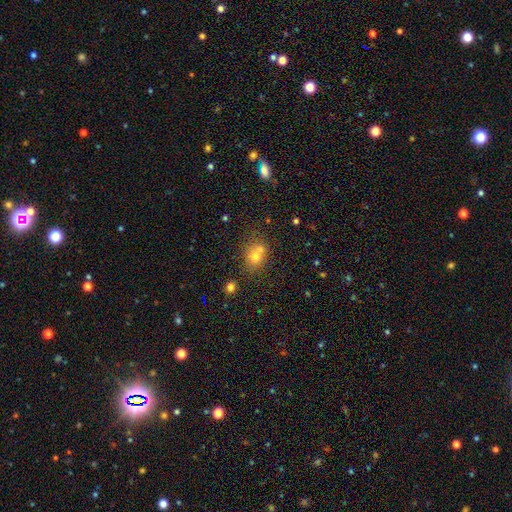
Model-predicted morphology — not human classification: Smooth or featured?
  - smooth: 67% *
  - star or artifact: 17%
  - featured or disk: 15%
How rounded?
  - round: 61% *
  - in between: 38%
  - cigar-shaped: 1%
Merging?
  - none: 44% *
  - merger: 40%
  - minor disturbance: 11%
  - major disturbance: 4%